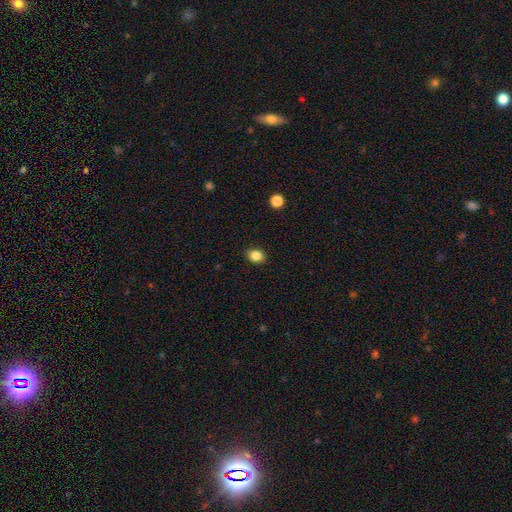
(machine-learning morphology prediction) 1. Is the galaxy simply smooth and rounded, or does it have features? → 85% smooth, 11% star or artifact, 4% featured or disk.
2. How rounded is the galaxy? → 50% round, 49% in between, 1% cigar-shaped.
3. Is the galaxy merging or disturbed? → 89% none, 8% minor disturbance, 2% major disturbance, 1% merger.